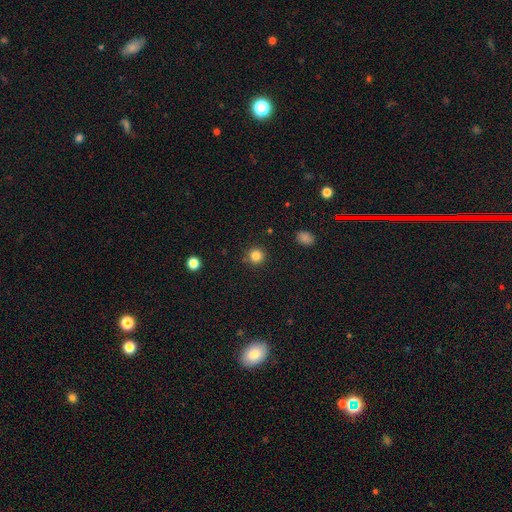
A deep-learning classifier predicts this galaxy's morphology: smooth_or_featured: smooth (p=0.83) [alt: star or artifact p=0.12]
how_rounded: round (p=0.94) [alt: in between p=0.05]
merging: none (p=0.89) [alt: minor disturbance p=0.07]